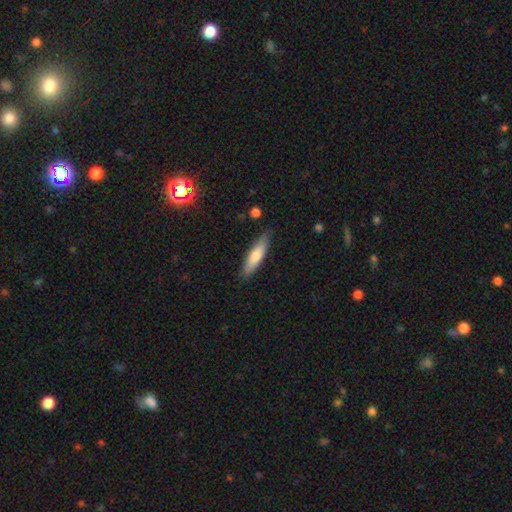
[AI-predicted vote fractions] The model was most divided on "how rounded": cigar-shaped: 71%, in between: 27%, round: 1%. More confident: merging — none (83%); smooth or featured — smooth (72%).